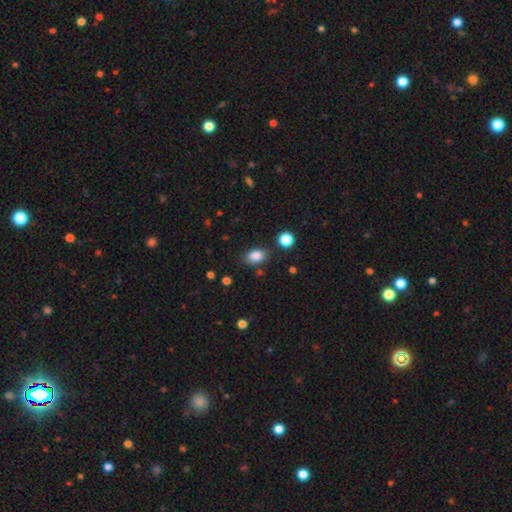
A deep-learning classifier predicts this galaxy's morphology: This appears to be a smooth galaxy with no disk features (86%) that is in between round and cigar-shaped (81%). Merging: none (80%).